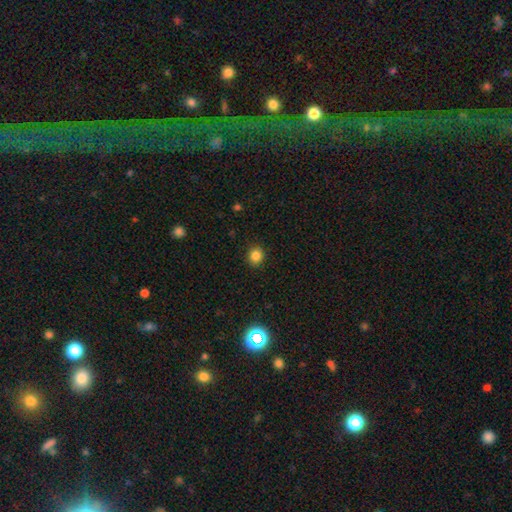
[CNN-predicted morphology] smooth-or-featured: smooth: 84% | star or artifact: 12% | featured or disk: 4%
  how-rounded: round: 75% | in between: 24% | cigar-shaped: 1%
  merging: none: 90% | minor disturbance: 6% | major disturbance: 2% | merger: 1%